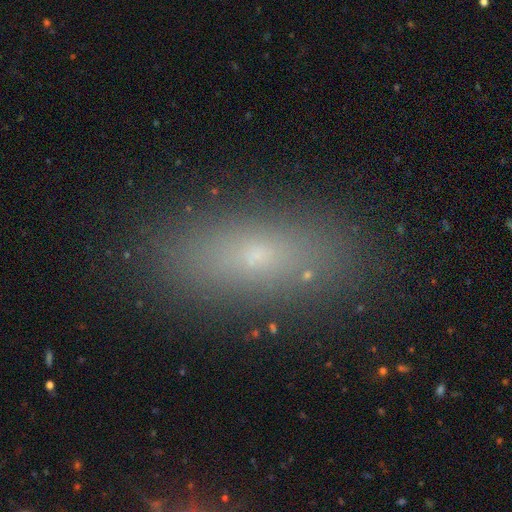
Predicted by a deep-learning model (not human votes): smooth-or-featured: smooth: 64% | featured or disk: 19% | star or artifact: 17%
  how-rounded: in between: 71% | cigar-shaped: 24% | round: 6%
  merging: none: 87% | minor disturbance: 9% | major disturbance: 3% | merger: 2%